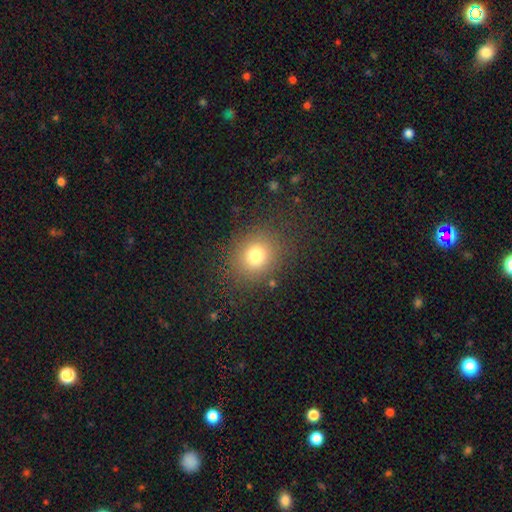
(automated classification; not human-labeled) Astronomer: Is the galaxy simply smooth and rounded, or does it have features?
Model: smooth — 77%.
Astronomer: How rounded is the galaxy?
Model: round — 68%.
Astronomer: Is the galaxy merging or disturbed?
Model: none — 83%.